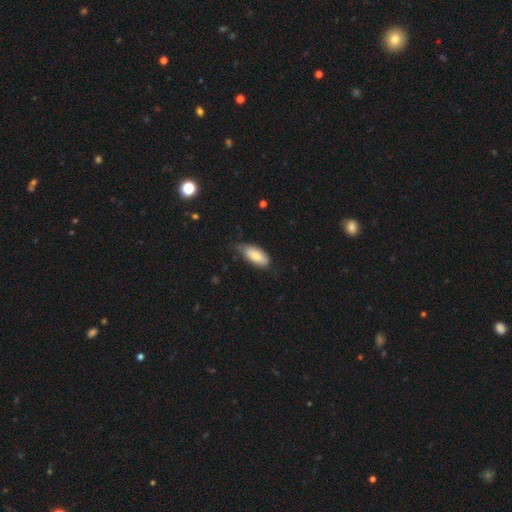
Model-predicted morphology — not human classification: Smooth or featured?
  - smooth: 79% *
  - featured or disk: 14%
  - star or artifact: 6%
How rounded?
  - in between: 87% *
  - cigar-shaped: 10%
  - round: 2%
Merging?
  - none: 60% *
  - minor disturbance: 33%
  - major disturbance: 5%
  - merger: 2%